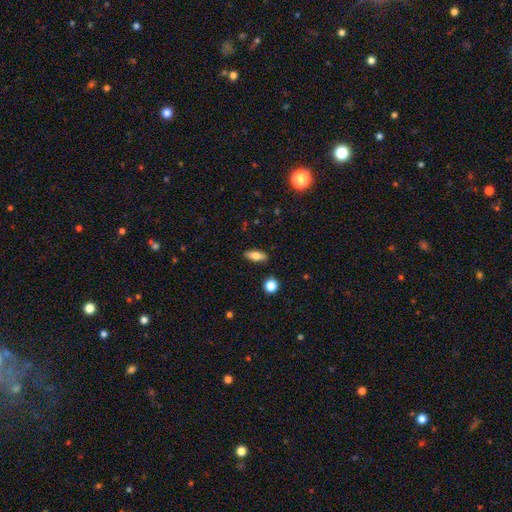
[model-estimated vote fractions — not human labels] Smooth or featured? Predicted: smooth (p=0.72). How rounded? Predicted: in between (p=0.70). Merging? Predicted: none (p=0.87).